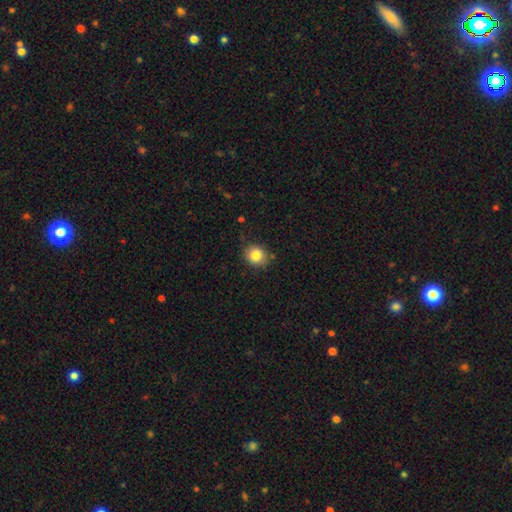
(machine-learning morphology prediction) Smooth or featured?
  - smooth: 85% *
  - star or artifact: 10%
  - featured or disk: 6%
How rounded?
  - round: 78% *
  - in between: 21%
  - cigar-shaped: 1%
Merging?
  - none: 85% *
  - minor disturbance: 11%
  - major disturbance: 3%
  - merger: 2%